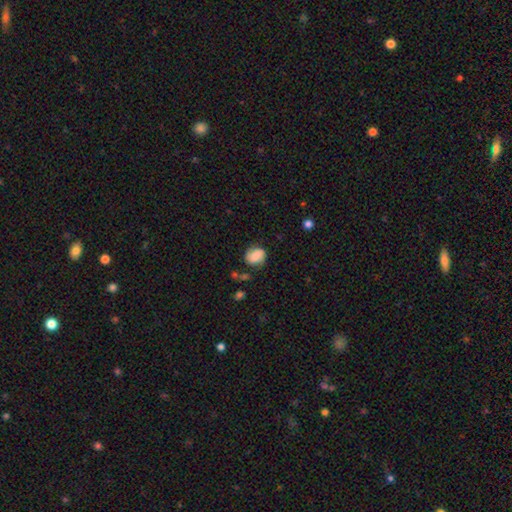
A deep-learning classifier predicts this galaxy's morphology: The model was most divided on "how rounded": round: 51%, in between: 48%, cigar-shaped: 1%. More confident: merging — none (66%); smooth or featured — smooth (64%).